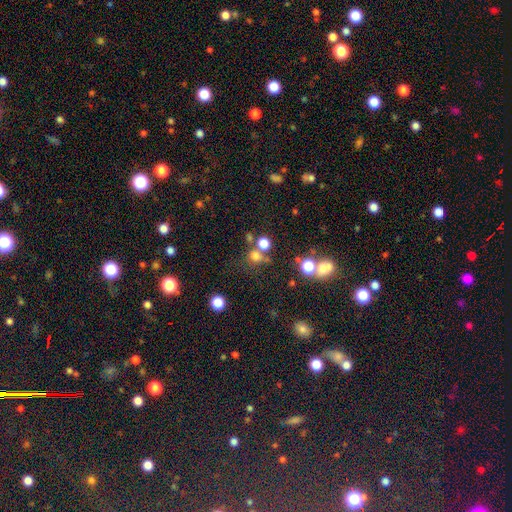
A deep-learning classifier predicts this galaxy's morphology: The model was most divided on "merging": none: 58%, merger: 24%, minor disturbance: 12%, major disturbance: 7%. More confident: how rounded — round (74%); smooth or featured — smooth (68%).